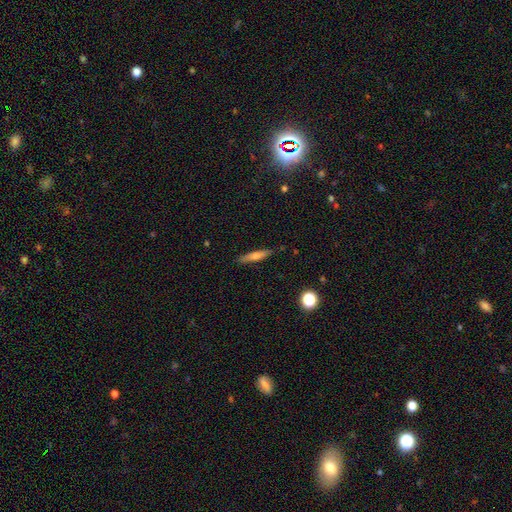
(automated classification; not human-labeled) smooth-or-featured: smooth: 53% | featured or disk: 39% | star or artifact: 8%
  how-rounded: cigar-shaped: 88% | in between: 10% | round: 2%
  merging: none: 89% | minor disturbance: 8% | major disturbance: 2% | merger: 1%